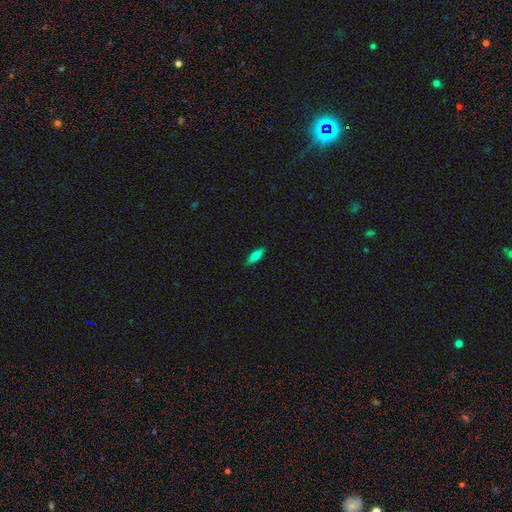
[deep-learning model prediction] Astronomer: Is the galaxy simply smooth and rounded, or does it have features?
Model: smooth — 72%.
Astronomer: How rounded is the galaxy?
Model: cigar-shaped — 49%, tied with in between at 49%.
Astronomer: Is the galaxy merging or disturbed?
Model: none — 87%.